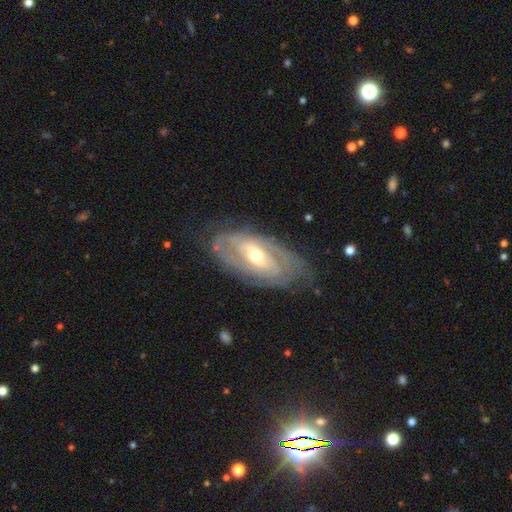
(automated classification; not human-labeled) Overall: featured or disk (85%). Edge-on disk: no (93%). Bar: no (43%; weak 38%). Spiral arms: yes (92%). Spiral arm count: 2 (38%; can't tell 35%). Spiral winding: tight (70%). Bulge size: moderate (59%; small 36%). Merging: none (73%).